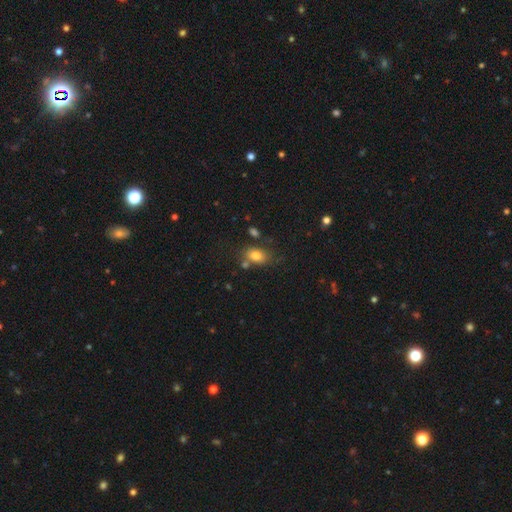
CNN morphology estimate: smooth 79%, featured or disk 11%, star or artifact 10%. Down the decision tree: how rounded — in between (79%); merging — none (66%).